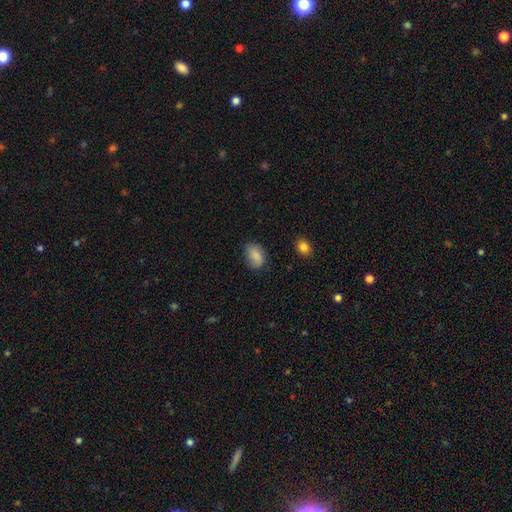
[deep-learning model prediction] smooth_or_featured: smooth (p=0.87) [alt: star or artifact p=0.08]
how_rounded: in between (p=0.82) [alt: round p=0.17]
merging: none (p=0.73) [alt: minor disturbance p=0.21]